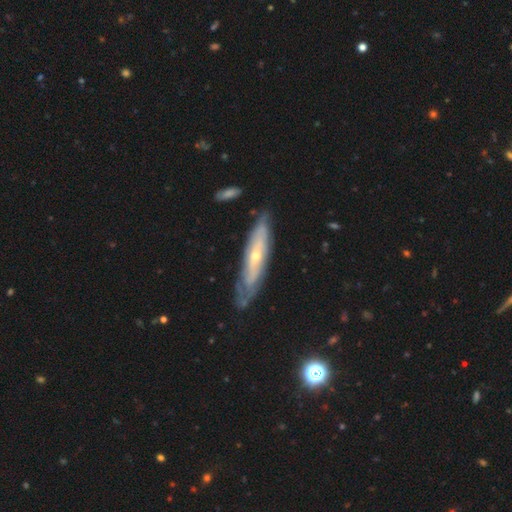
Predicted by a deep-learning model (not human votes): A featured or disk galaxy (72%).

Vote fractions:
- Smooth or featured? featured or disk: 72% / smooth: 22% / star or artifact: 6%
- Edge-on disk? no: 61% / yes: 39%
- Merging? none: 70% / minor disturbance: 21% / major disturbance: 6% / merger: 2%